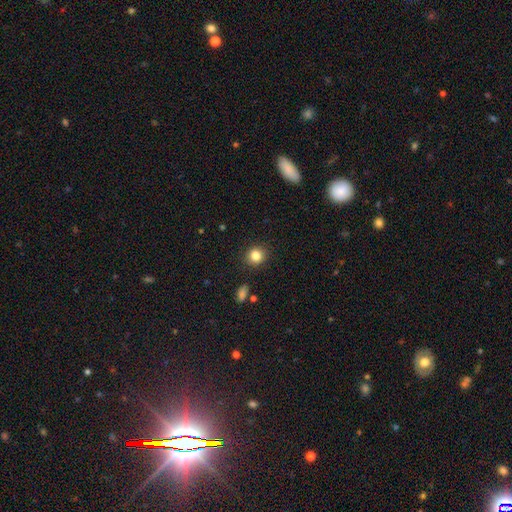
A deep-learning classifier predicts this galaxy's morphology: Q: Smooth or featured?
A: smooth (83%); runner-up: star or artifact (11%)
Q: How rounded?
A: round (85%); runner-up: in between (14%)
Q: Merging?
A: none (89%); runner-up: minor disturbance (7%)